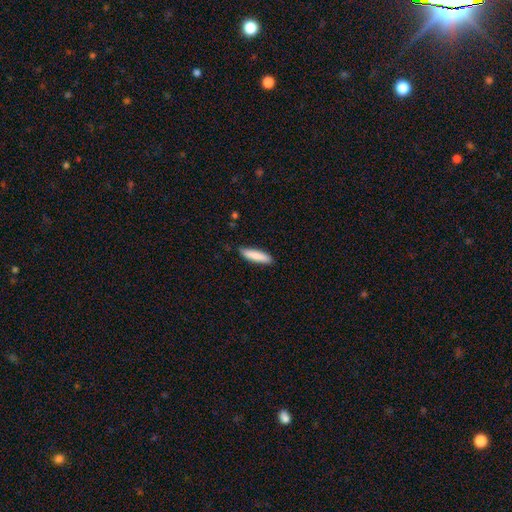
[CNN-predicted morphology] Smooth or featured?
  - smooth: 86% *
  - featured or disk: 8%
  - star or artifact: 5%
How rounded?
  - cigar-shaped: 76% *
  - in between: 23%
  - round: 1%
Merging?
  - none: 85% *
  - minor disturbance: 12%
  - major disturbance: 2%
  - merger: 1%